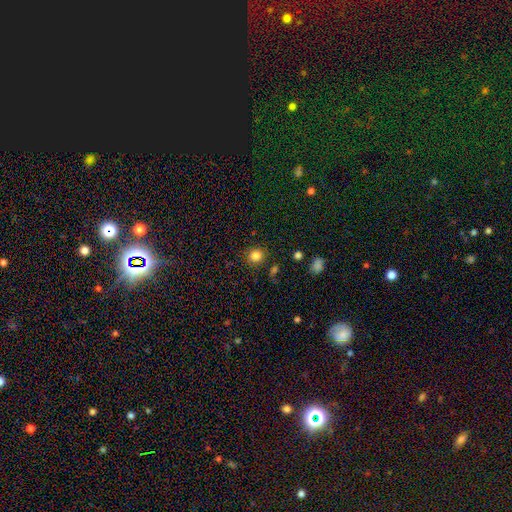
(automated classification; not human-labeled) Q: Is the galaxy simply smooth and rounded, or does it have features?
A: smooth — 84%.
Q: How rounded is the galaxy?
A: round — 87%.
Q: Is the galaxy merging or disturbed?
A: none — 87%.